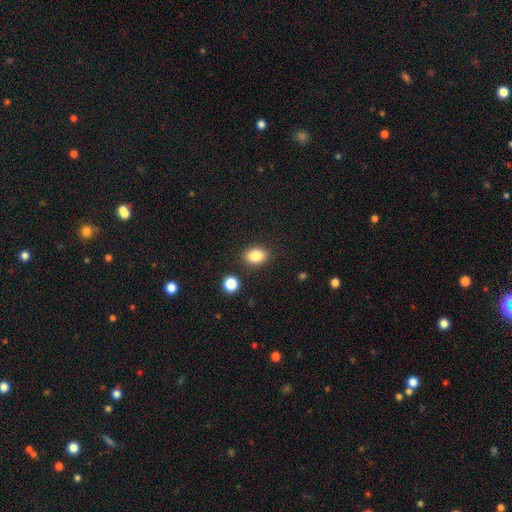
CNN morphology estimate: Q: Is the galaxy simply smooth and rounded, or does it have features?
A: smooth — 86%.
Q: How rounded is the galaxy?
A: in between — 75%.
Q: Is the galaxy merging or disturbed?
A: none — 85%.